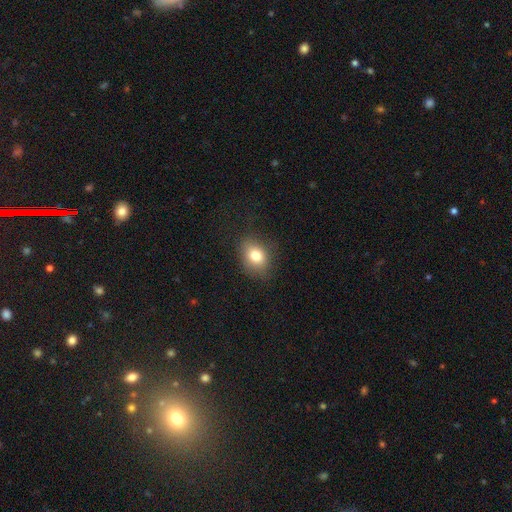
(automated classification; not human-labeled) Smooth or featured? Predicted: smooth (p=0.79). How rounded? Predicted: in between (p=0.66). Merging? Predicted: none (p=0.78).